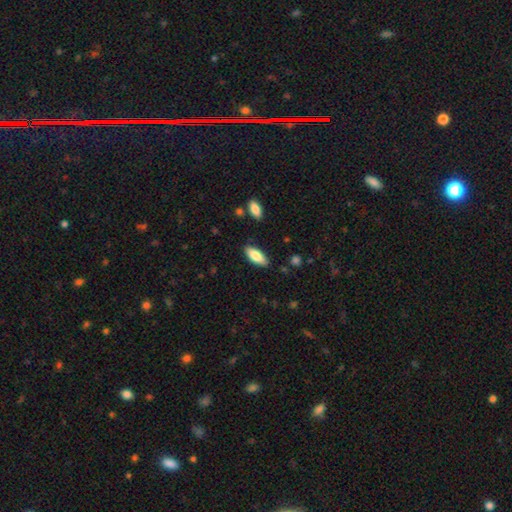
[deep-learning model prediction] Q: Smooth or featured?
A: smooth (84%); runner-up: featured or disk (10%)
Q: How rounded?
A: in between (79%); runner-up: cigar-shaped (20%)
Q: Merging?
A: none (85%); runner-up: minor disturbance (12%)